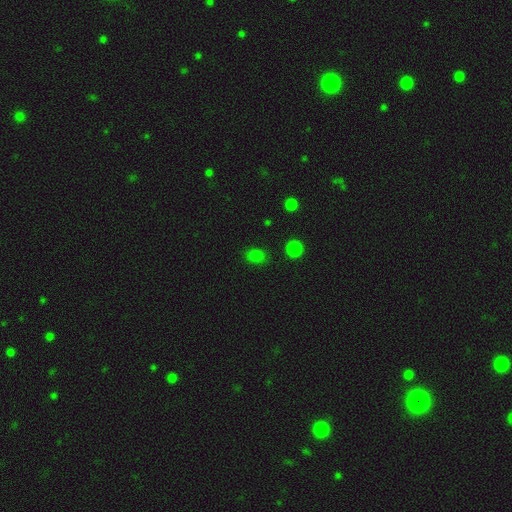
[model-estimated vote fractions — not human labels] Smooth or featured?
  - smooth: 78% *
  - star or artifact: 18%
  - featured or disk: 4%
How rounded?
  - in between: 55% *
  - round: 43%
  - cigar-shaped: 1%
Merging?
  - none: 83% *
  - minor disturbance: 11%
  - major disturbance: 3%
  - merger: 2%